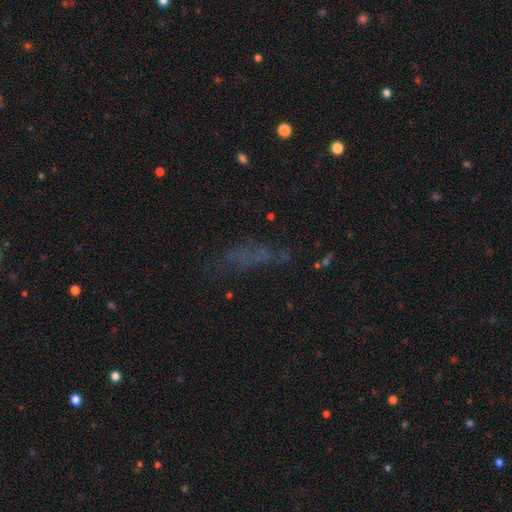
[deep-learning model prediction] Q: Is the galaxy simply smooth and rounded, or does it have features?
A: smooth — 42%.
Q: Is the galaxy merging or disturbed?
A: none — 52%.